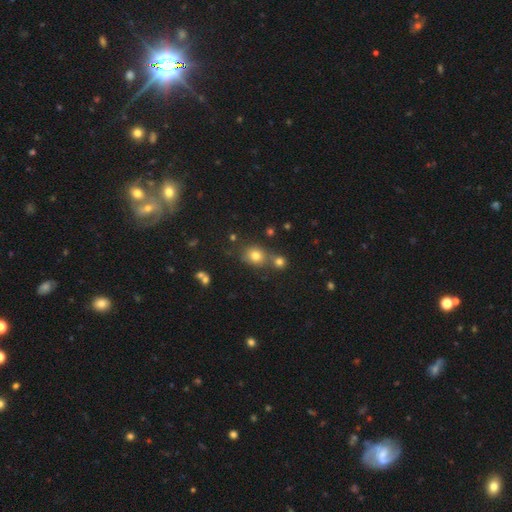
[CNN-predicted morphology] Smooth or featured? Predicted: smooth (p=0.76). How rounded? Predicted: round (p=0.69). Merging? Predicted: none (p=0.56).